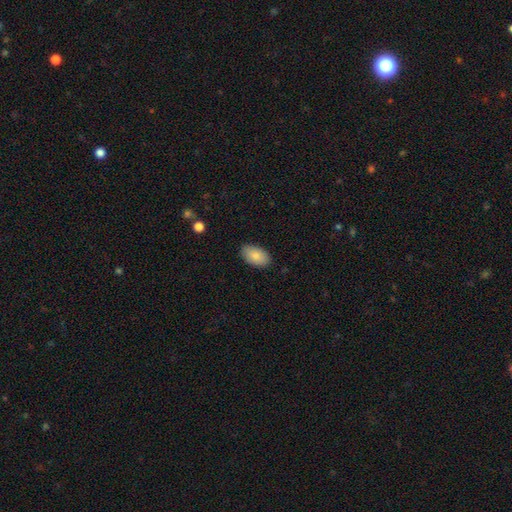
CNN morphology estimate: Smooth or featured? Predicted: smooth (p=0.84). How rounded? Predicted: in between (p=0.94). Merging? Predicted: none (p=0.86).